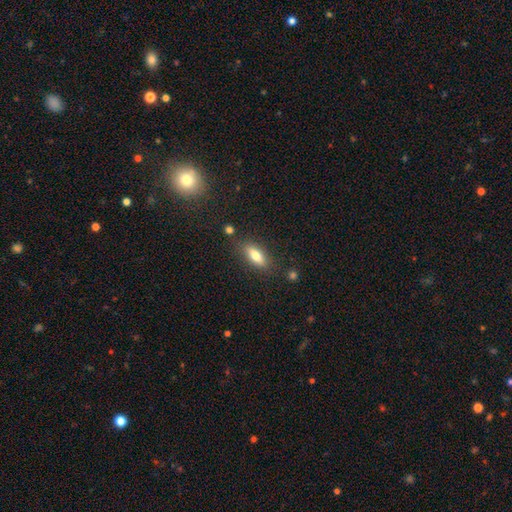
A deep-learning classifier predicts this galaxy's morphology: smooth-or-featured: smooth: 74% | featured or disk: 18% | star or artifact: 8%
  how-rounded: in between: 72% | cigar-shaped: 25% | round: 3%
  merging: none: 82% | minor disturbance: 12% | major disturbance: 3% | merger: 3%